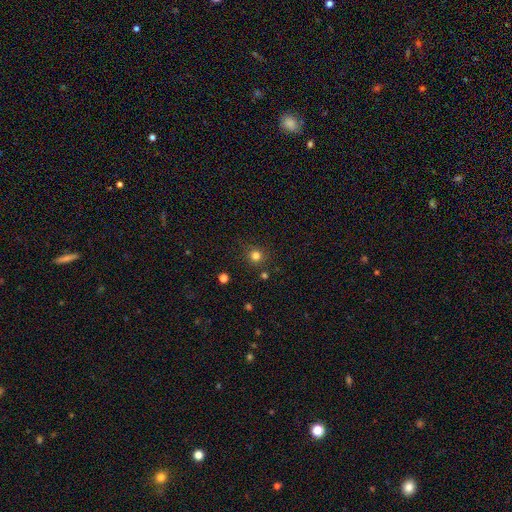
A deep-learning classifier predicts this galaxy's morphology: smooth 79%, star or artifact 16%, featured or disk 6%. Down the decision tree: how rounded — round (93%); merging — none (85%).